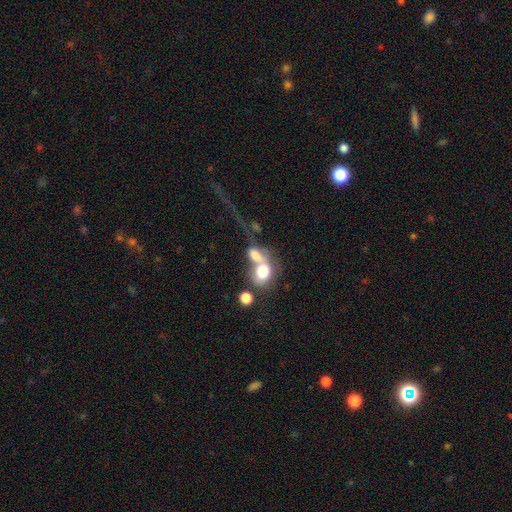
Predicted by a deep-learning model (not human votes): The model was most divided on "how rounded": in between: 66%, round: 31%, cigar-shaped: 3%. More confident: smooth or featured — smooth (67%); merging — merger (66%).